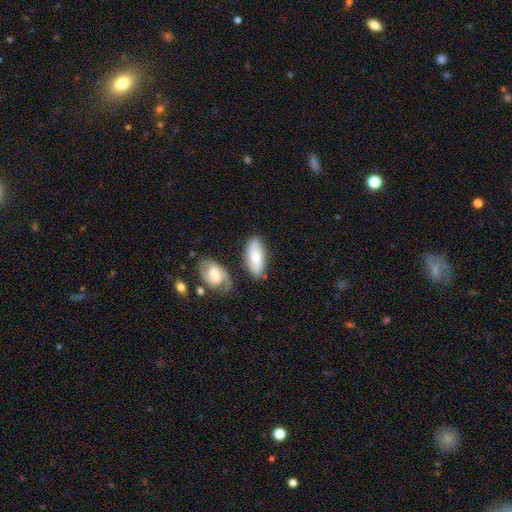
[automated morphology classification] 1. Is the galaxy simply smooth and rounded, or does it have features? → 68% smooth, 26% featured or disk, 6% star or artifact.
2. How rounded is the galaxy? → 84% in between, 14% cigar-shaped, 2% round.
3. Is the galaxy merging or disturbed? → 70% none, 17% minor disturbance, 9% merger, 4% major disturbance.